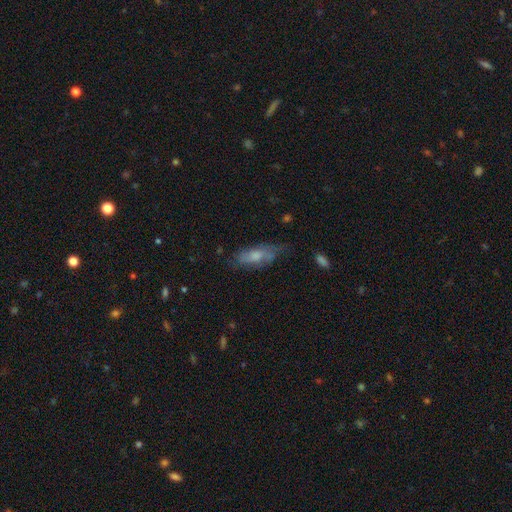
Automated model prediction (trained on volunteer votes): smooth-or-featured: smooth: 55% | featured or disk: 37% | star or artifact: 8%
  how-rounded: in between: 64% | cigar-shaped: 33% | round: 3%
  merging: none: 53% | minor disturbance: 32% | major disturbance: 13% | merger: 3%